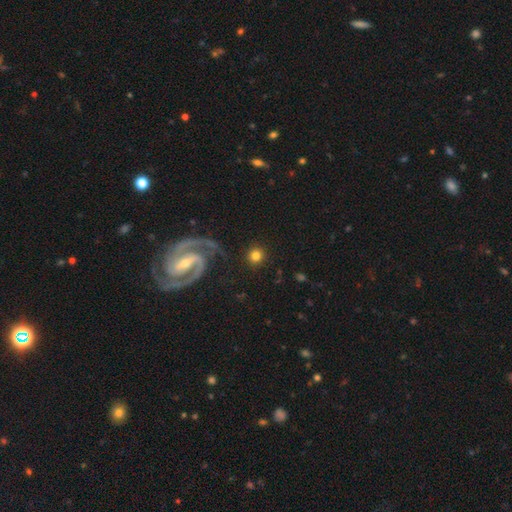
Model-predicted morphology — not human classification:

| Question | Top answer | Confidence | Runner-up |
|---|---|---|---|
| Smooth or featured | smooth | 74% | featured or disk (17%) |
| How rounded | round | 94% | in between (5%) |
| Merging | none | 89% | minor disturbance (6%) |